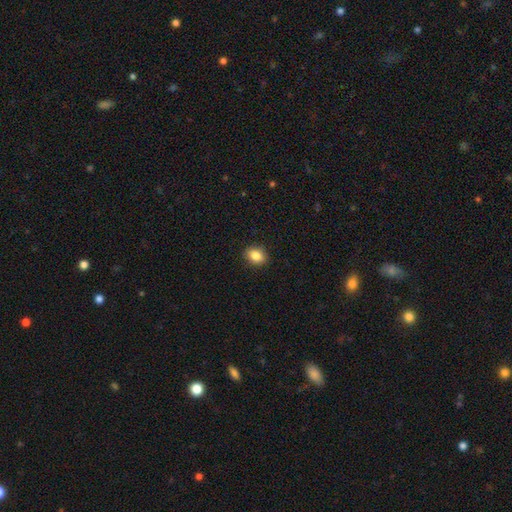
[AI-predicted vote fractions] Morphology: type=smooth (87%); roundness=in between (61%); merging=none (89%).